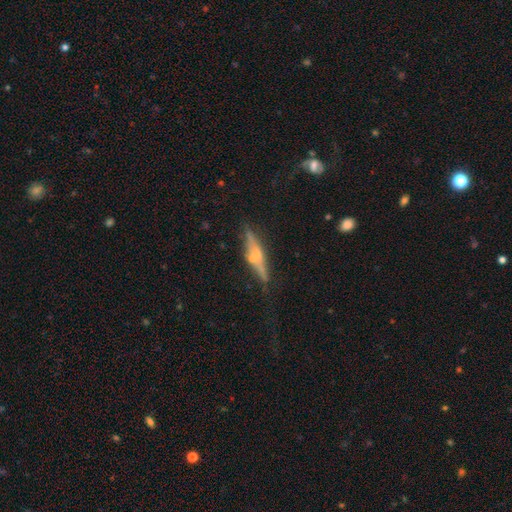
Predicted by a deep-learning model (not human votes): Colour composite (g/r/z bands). It shows a featured or disk galaxy (62%) viewed edge-on (91%) with a rounded central bulge (73%). Merging: none (71%).